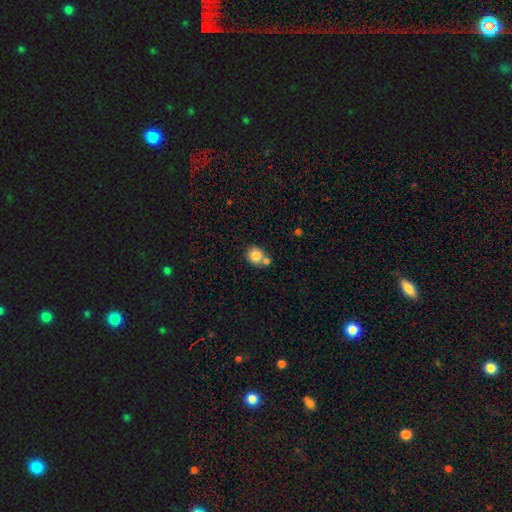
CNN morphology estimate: This appears to be a smooth galaxy with no disk features (82%) that is round (75%). Merging: none (54%).